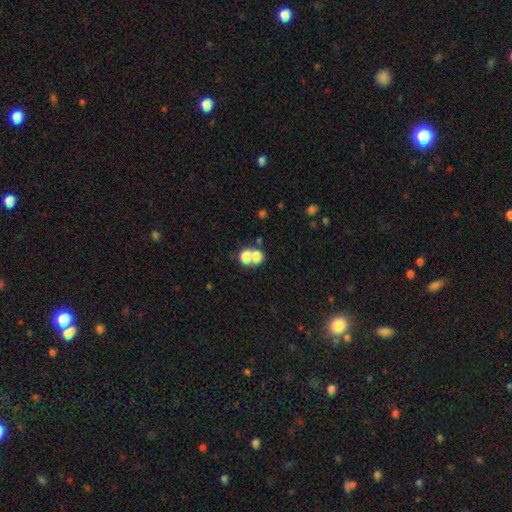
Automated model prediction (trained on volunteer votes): This appears to be a smooth galaxy with no disk features (73%) that is round (55%). Merging: merger (70%).